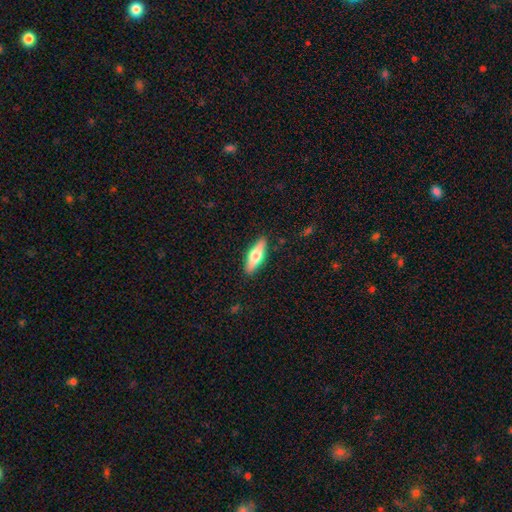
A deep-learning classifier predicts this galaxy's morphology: Smooth or featured? smooth (59%)
How rounded? cigar-shaped (51%)
Merging? none (89%)